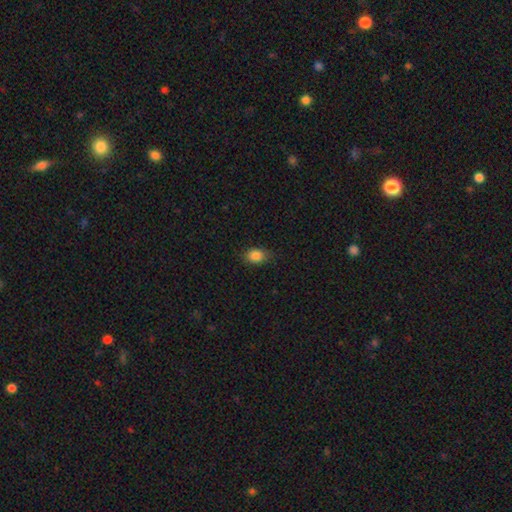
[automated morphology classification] A smooth galaxy with no disk features (85%) that is in between round and cigar-shaped (72%). Merging: none (80%).